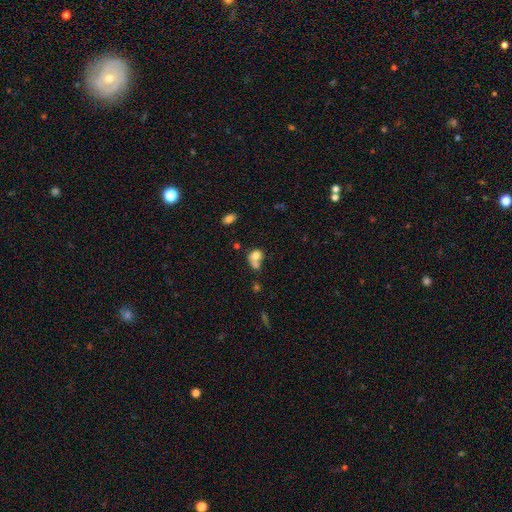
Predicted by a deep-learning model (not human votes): This appears to be a smooth galaxy with no disk features (75%) that is round (59%). Merging: merger (54%).